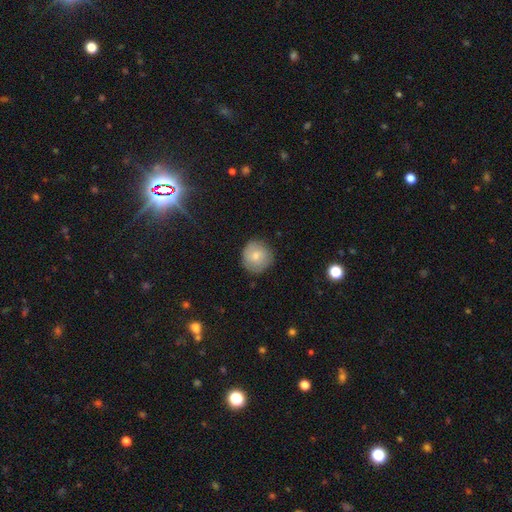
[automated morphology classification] Smooth or featured? Predicted: smooth (p=0.71). How rounded? Predicted: round (p=0.92). Merging? Predicted: none (p=0.81).